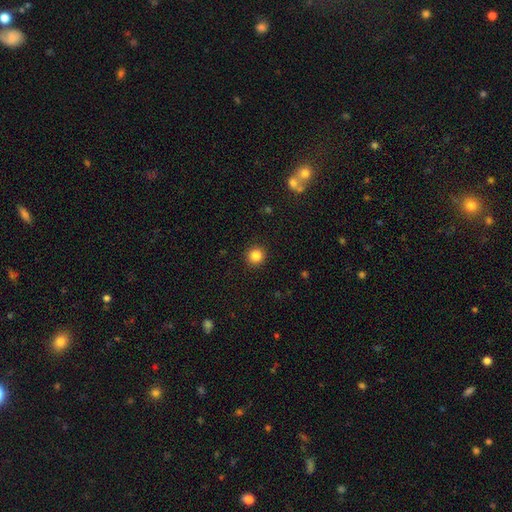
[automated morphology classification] A smooth galaxy with no disk features (85%) that is round (94%). Merging: none (92%).